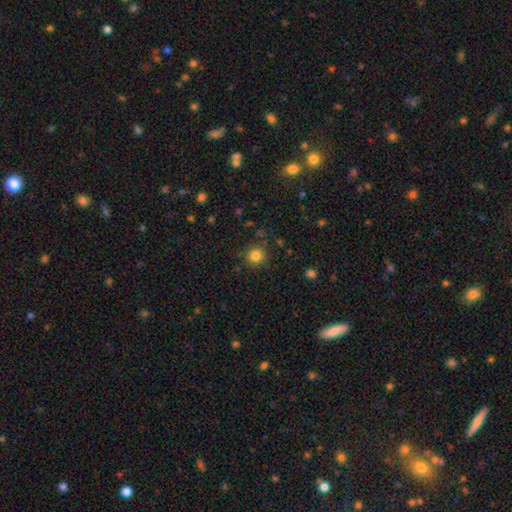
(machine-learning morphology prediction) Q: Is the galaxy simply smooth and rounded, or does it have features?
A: smooth — 82%.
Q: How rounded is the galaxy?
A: round — 92%.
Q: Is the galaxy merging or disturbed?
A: none — 86%.